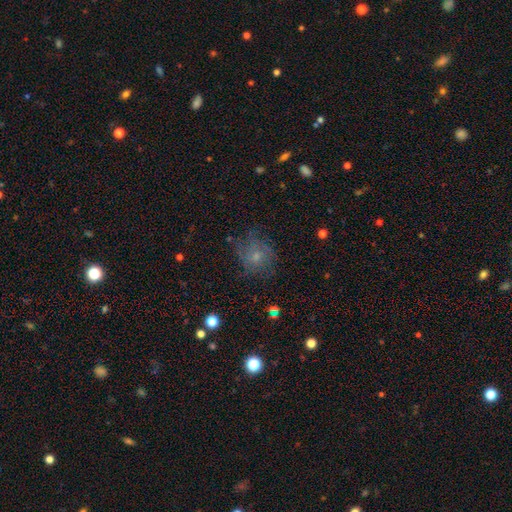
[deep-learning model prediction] A smooth galaxy with no disk features (45%).

Vote fractions:
- Smooth or featured? smooth: 45% / featured or disk: 40% / star or artifact: 15%
- Merging? none: 63% / minor disturbance: 21% / major disturbance: 14% / merger: 2%